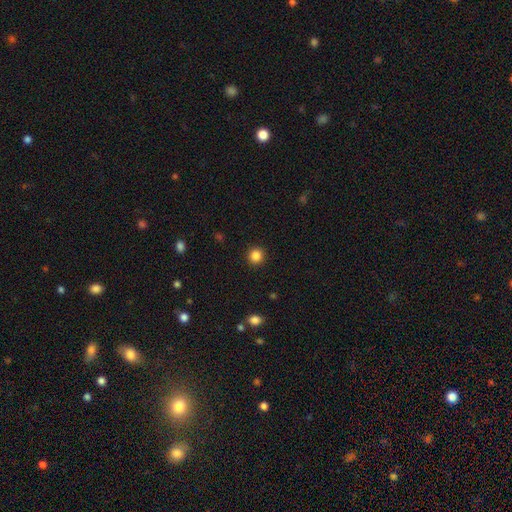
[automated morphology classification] The model was most divided on "smooth or featured": smooth: 85%, star or artifact: 11%, featured or disk: 4%. More confident: how rounded — round (93%); merging — none (92%).